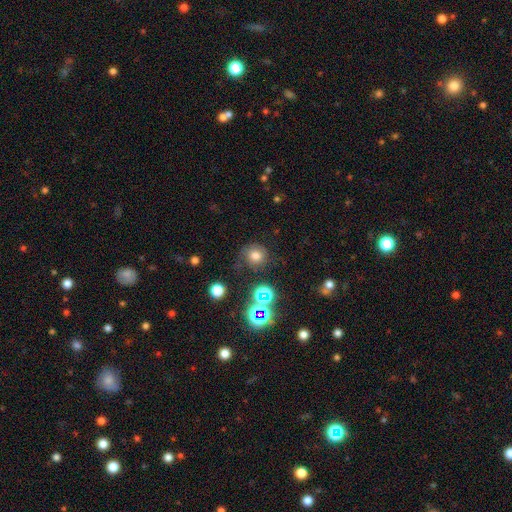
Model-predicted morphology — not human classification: smooth-or-featured: smooth: 62% | star or artifact: 21% | featured or disk: 16%
  how-rounded: round: 86% | in between: 13% | cigar-shaped: 1%
  merging: none: 64% | minor disturbance: 19% | major disturbance: 13% | merger: 4%